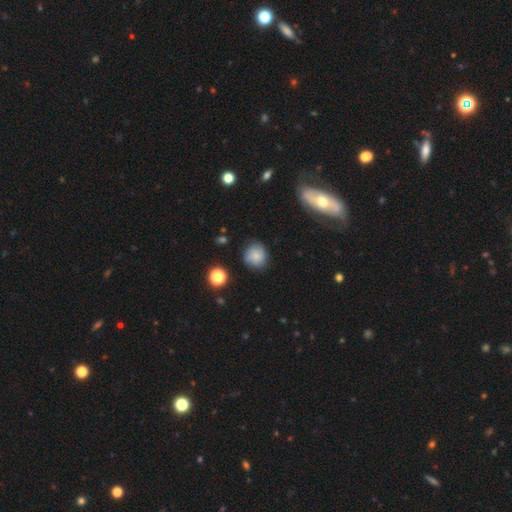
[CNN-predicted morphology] Smooth or featured? smooth (70%)
How rounded? round (83%)
Merging? none (76%)